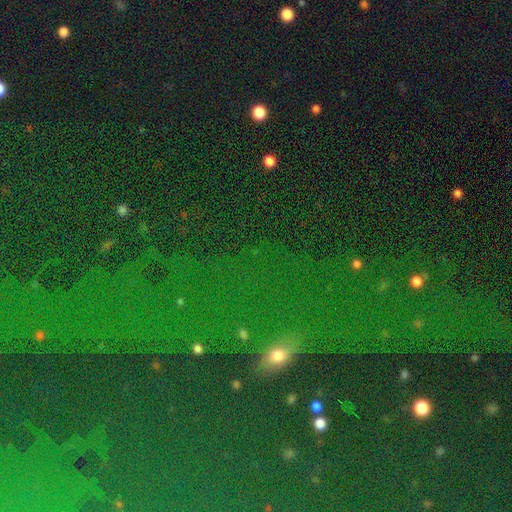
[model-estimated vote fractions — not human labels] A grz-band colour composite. It shows a star or artifact, not a galaxy (76%).